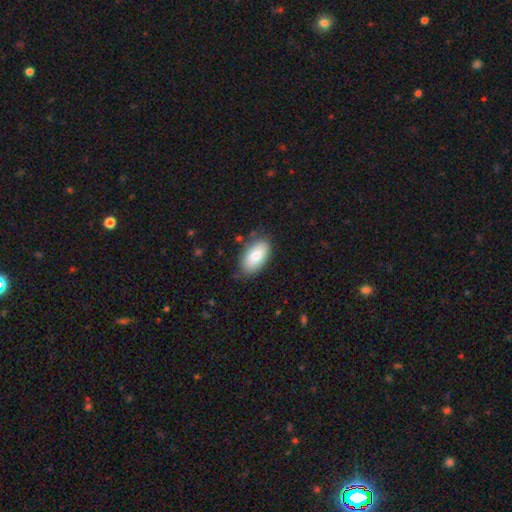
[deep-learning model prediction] Smooth or featured? Predicted: smooth (p=0.81). How rounded? Predicted: in between (p=0.94). Merging? Predicted: none (p=0.80).